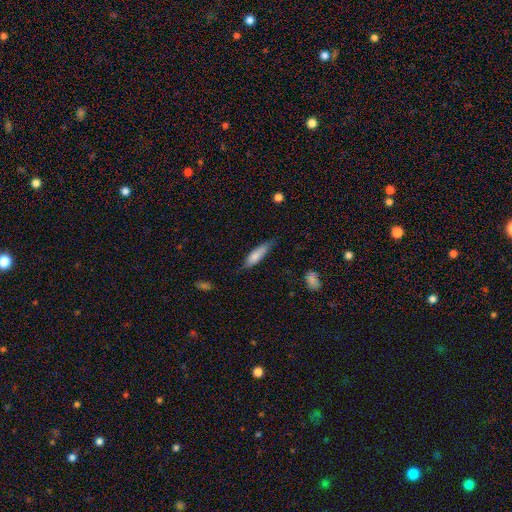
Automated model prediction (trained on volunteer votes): Smooth or featured? Predicted: smooth (p=0.78). How rounded? Predicted: cigar-shaped (p=0.57). Merging? Predicted: none (p=0.65).